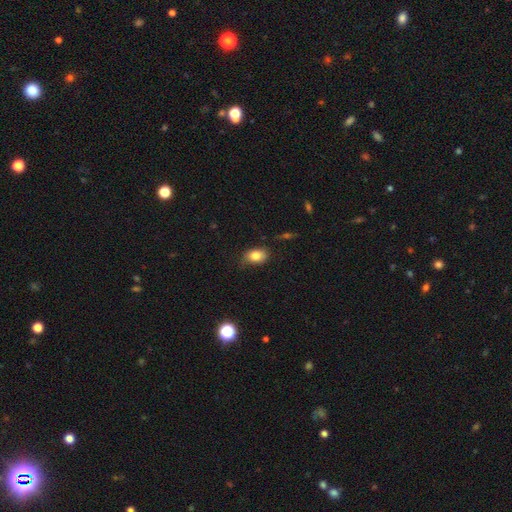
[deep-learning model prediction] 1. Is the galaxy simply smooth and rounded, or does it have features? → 81% smooth, 10% featured or disk, 9% star or artifact.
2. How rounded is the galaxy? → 81% in between, 17% round, 2% cigar-shaped.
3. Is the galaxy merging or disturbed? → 69% none, 24% minor disturbance, 5% major disturbance, 2% merger.